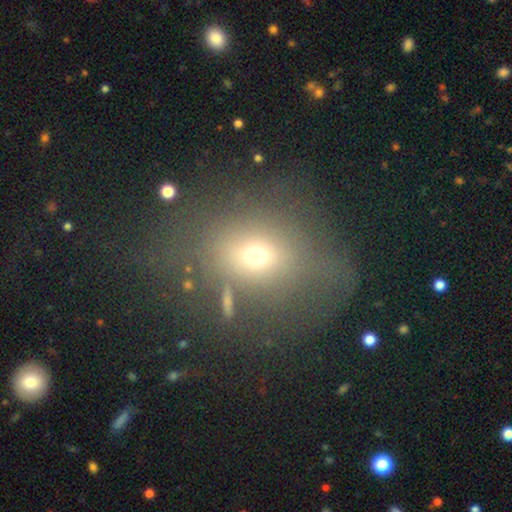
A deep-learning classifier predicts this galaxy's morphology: A smooth galaxy with no disk features (63%) that is round (59%). Merging: none (56%).